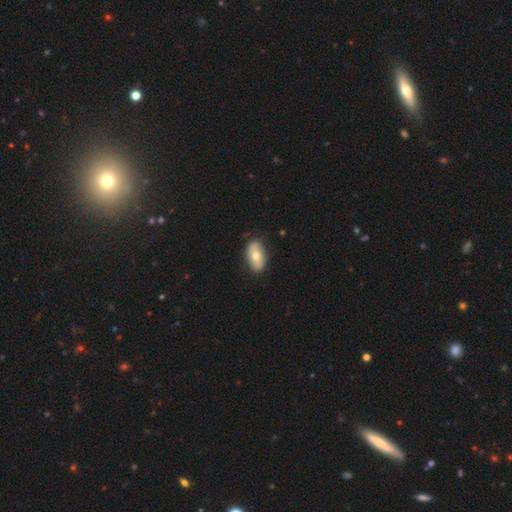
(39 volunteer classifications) smooth-or-featured: smooth: 64% | featured or disk: 28% | star or artifact: 8%
  how-rounded: in between: 92% | cigar-shaped: 8% | round: 0%
  merging: none: 83% | minor disturbance: 11% | major disturbance: 6% | merger: 0%